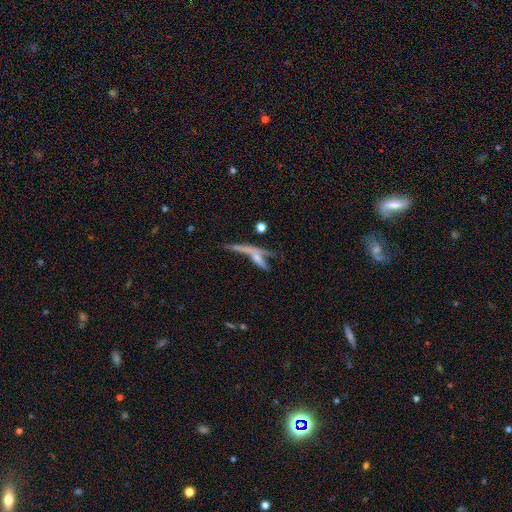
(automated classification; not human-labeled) The model was most divided on "merging": merger: 33%, none: 32%, major disturbance: 22%, minor disturbance: 14%. More confident: edge-on disk — yes (59%); smooth or featured — featured or disk (51%).